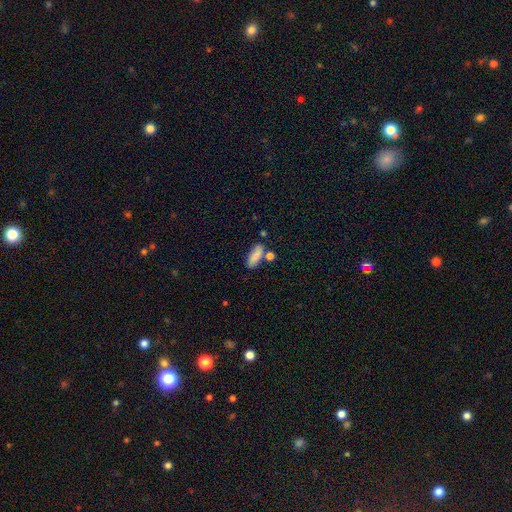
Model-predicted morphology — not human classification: smooth-or-featured: smooth: 82% | featured or disk: 10% | star or artifact: 8%
  how-rounded: in between: 76% | cigar-shaped: 20% | round: 4%
  merging: none: 59% | merger: 18% | minor disturbance: 18% | major disturbance: 6%